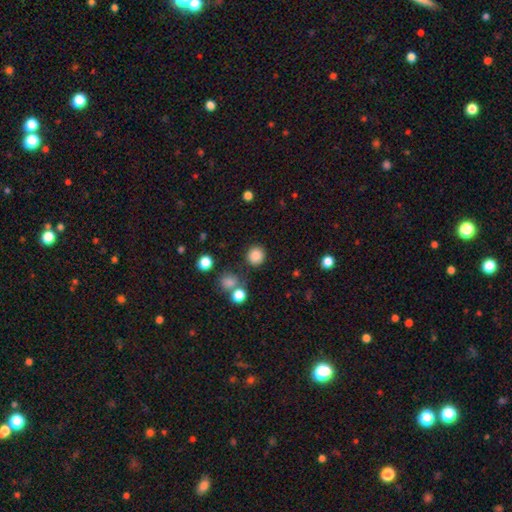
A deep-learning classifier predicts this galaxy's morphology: Smooth or featured? Predicted: smooth (p=0.85). How rounded? Predicted: round (p=0.92). Merging? Predicted: none (p=0.85).